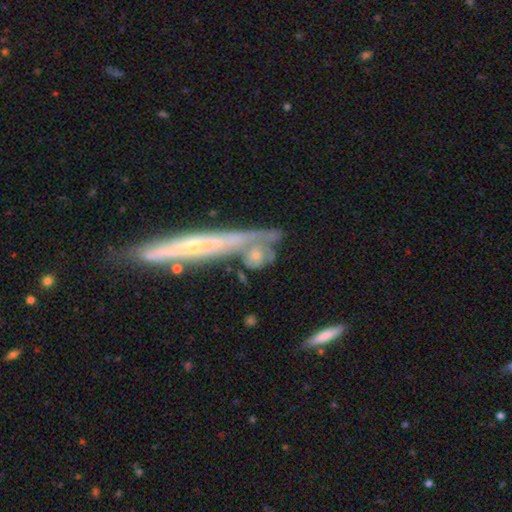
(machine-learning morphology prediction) smooth-or-featured: featured or disk: 50% | smooth: 40% | star or artifact: 10%
  merging: merger: 43% | none: 32% | minor disturbance: 14% | major disturbance: 12%